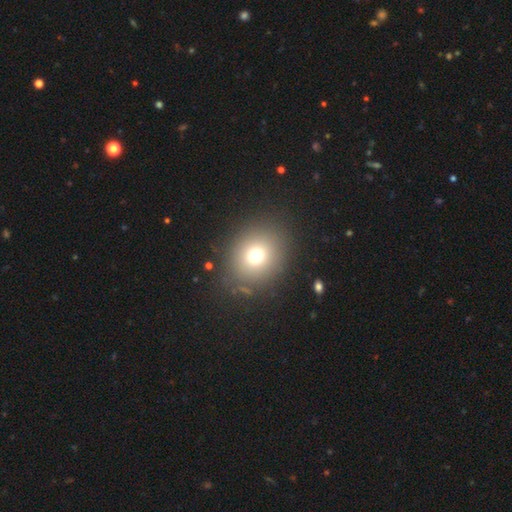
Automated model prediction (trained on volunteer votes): smooth-or-featured: smooth: 73% | star or artifact: 16% | featured or disk: 11%
  how-rounded: round: 76% | in between: 23% | cigar-shaped: 1%
  merging: none: 85% | minor disturbance: 8% | major disturbance: 5% | merger: 2%